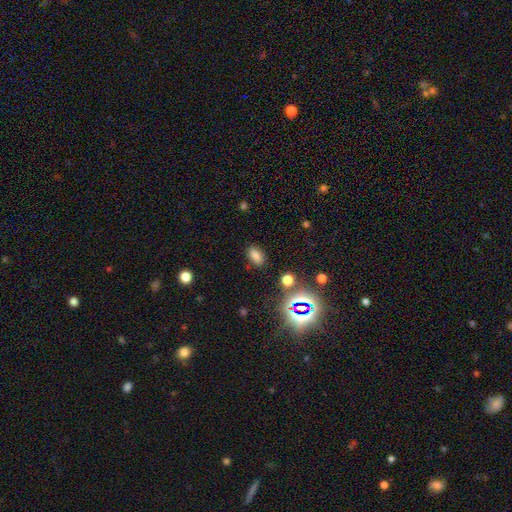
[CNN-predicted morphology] Smooth or featured? Predicted: smooth (p=0.73). How rounded? Predicted: in between (p=0.87). Merging? Predicted: none (p=0.85).